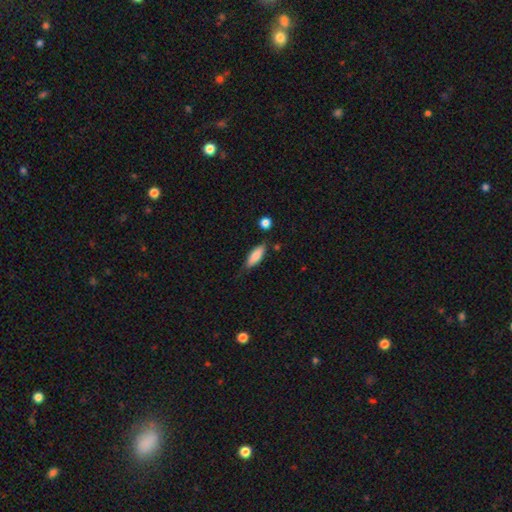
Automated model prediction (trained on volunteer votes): Morphology: type=smooth (81%); roundness=in between (62%); merging=none (71%).